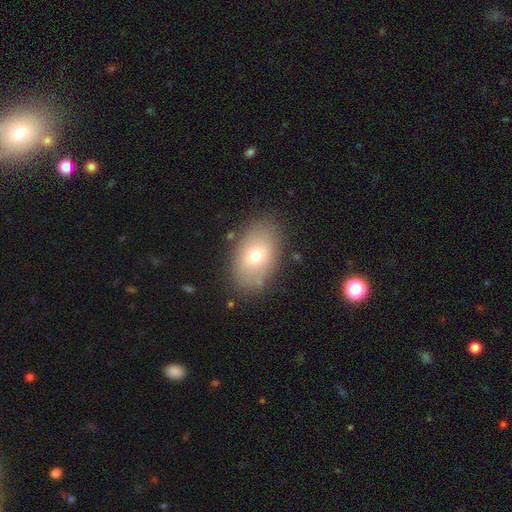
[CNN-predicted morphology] Smooth or featured: smooth — 68% (featured or disk — 22%)
How rounded: in between — 86% (round — 12%)
Merging: none — 83% (minor disturbance — 11%)